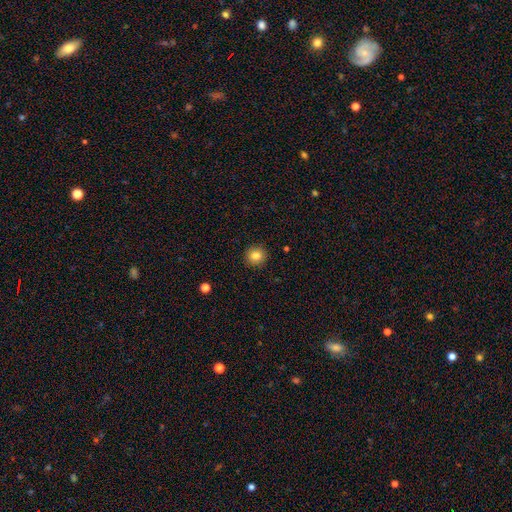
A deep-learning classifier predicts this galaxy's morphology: This appears to be a smooth galaxy with no disk features (84%) that is round (92%). Merging: none (92%).